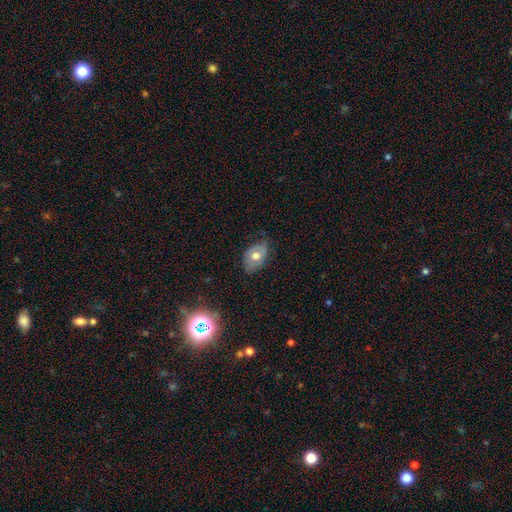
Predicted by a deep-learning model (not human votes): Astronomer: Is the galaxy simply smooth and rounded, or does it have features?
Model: smooth — 59%.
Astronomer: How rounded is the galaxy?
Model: in between — 85%.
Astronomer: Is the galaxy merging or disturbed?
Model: none — 65%.